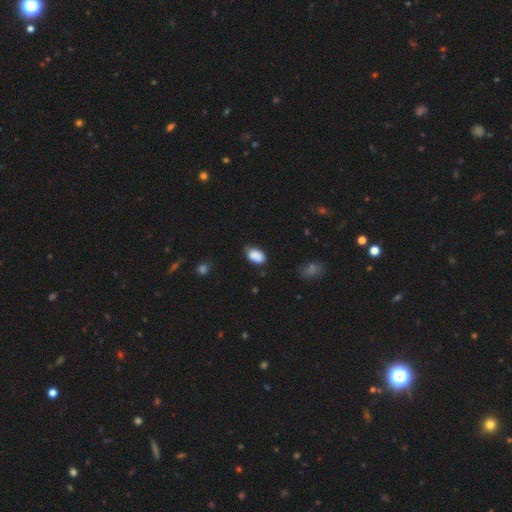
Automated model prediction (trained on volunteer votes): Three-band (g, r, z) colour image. It shows a smooth galaxy with no disk features (87%) that is in between round and cigar-shaped (90%). Merging: none (62%).